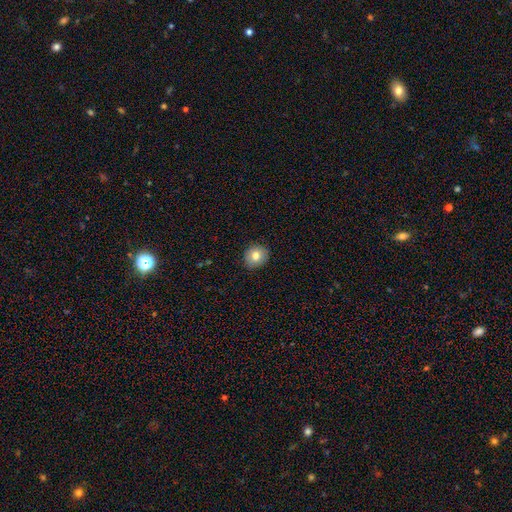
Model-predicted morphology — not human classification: The model was most divided on "how rounded": round: 80%, in between: 19%, cigar-shaped: 1%. More confident: merging — none (89%); smooth or featured — smooth (79%).